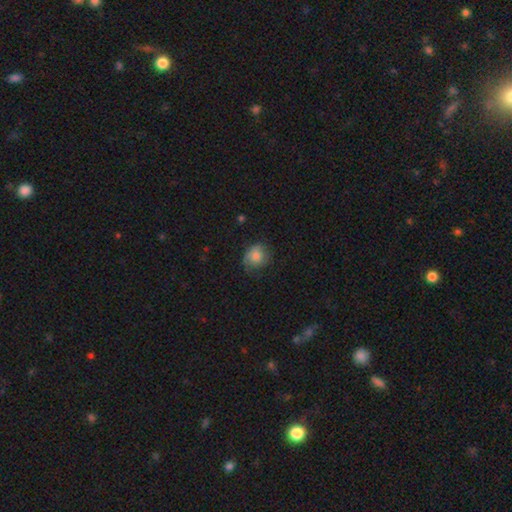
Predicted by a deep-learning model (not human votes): smooth_or_featured: smooth (p=0.75) [alt: featured or disk p=0.17]
how_rounded: round (p=0.71) [alt: in between p=0.28]
merging: none (p=0.60) [alt: minor disturbance p=0.29]